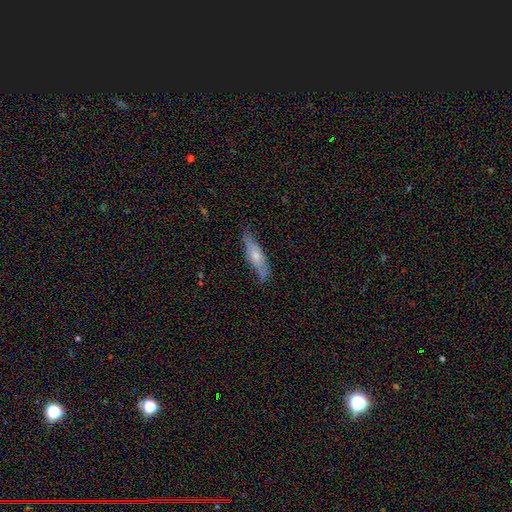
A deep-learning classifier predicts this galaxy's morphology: A smooth galaxy with no disk features (50%) that is cigar-shaped (69%).

Vote fractions:
- Smooth or featured? smooth: 50% / featured or disk: 43% / star or artifact: 6%
- How rounded? cigar-shaped: 69% / in between: 29% / round: 2%
- Merging? none: 74% / minor disturbance: 20% / major disturbance: 4% / merger: 2%